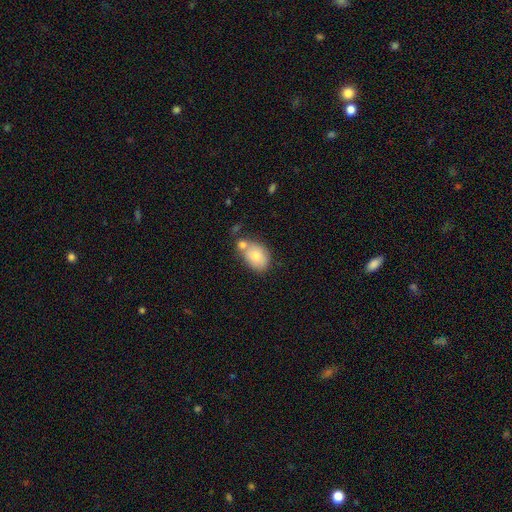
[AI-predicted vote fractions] This appears to be a smooth galaxy with no disk features (77%) that is in between round and cigar-shaped (77%). Merging: none (46%).